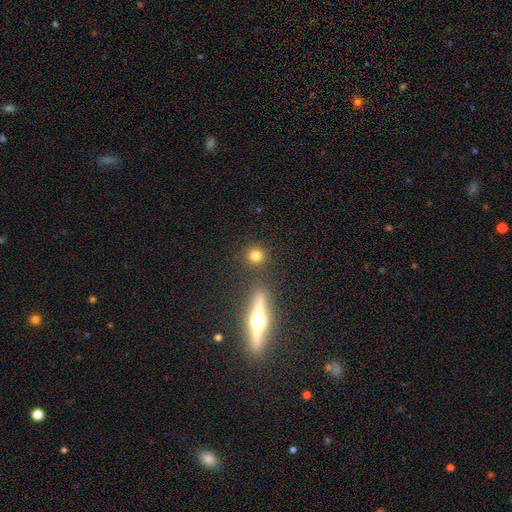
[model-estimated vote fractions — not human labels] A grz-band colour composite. It shows a smooth galaxy with no disk features (76%) that is round (90%). Merging: none (82%).